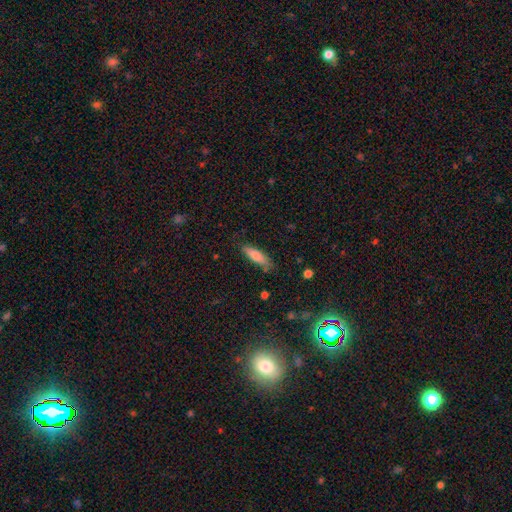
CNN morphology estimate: Smooth or featured? Predicted: smooth (p=0.75). How rounded? Predicted: cigar-shaped (p=0.65). Merging? Predicted: none (p=0.80).